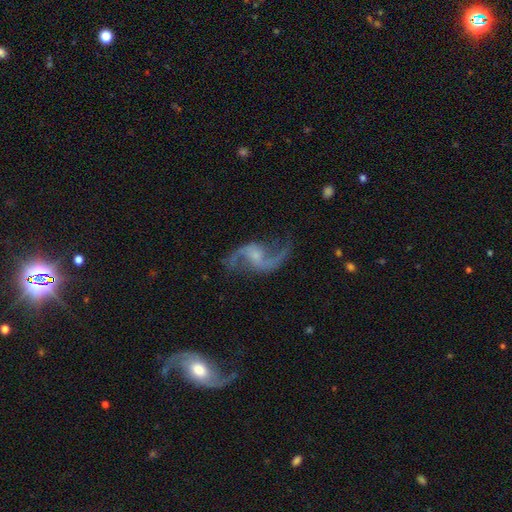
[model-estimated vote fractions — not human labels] smooth-or-featured: featured or disk: 91% | star or artifact: 5% | smooth: 4%
  disk-edge-on: no: 97% | yes: 3%
    bar: no: 49% | weak: 40% | strong: 11%
    has-spiral-arms: yes: 97% | no: 3%
      spiral-winding: loose: 79% | medium: 18% | tight: 3%
      spiral-arm-count: 2: 94% | 1: 2% | can't tell: 1% | 3: 1% | 4: 1% | more than 4: 1%
    bulge-size: small: 55% | moderate: 28% | none: 13% | large: 3% | dominant: 1%
  merging: none: 76% | minor disturbance: 14% | major disturbance: 7% | merger: 2%